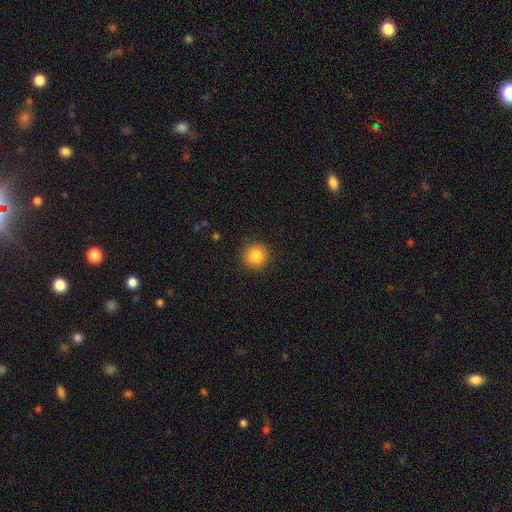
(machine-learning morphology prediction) smooth-or-featured: smooth: 84% | star or artifact: 11% | featured or disk: 5%
  how-rounded: round: 94% | in between: 5% | cigar-shaped: 1%
  merging: none: 91% | minor disturbance: 6% | major disturbance: 2% | merger: 1%